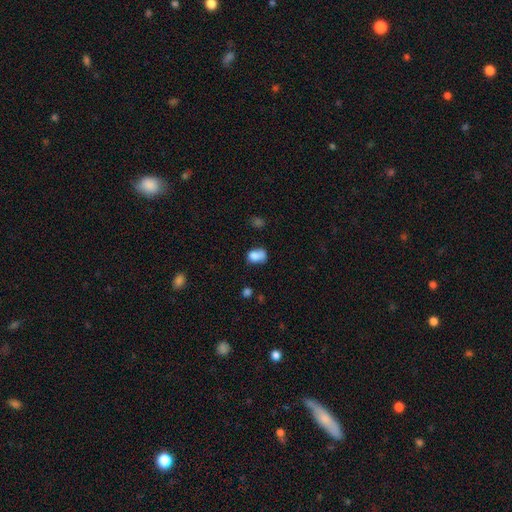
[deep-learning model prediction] Smooth or featured? Predicted: smooth (p=0.77). How rounded? Predicted: in between (p=0.69). Merging? Predicted: none (p=0.33).